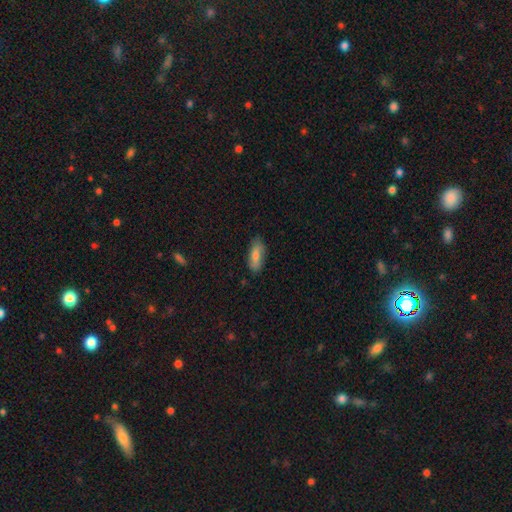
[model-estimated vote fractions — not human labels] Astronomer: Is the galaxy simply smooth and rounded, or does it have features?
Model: smooth — 80%.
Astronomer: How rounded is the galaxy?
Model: in between — 73%.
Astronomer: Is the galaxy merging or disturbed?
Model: none — 77%.